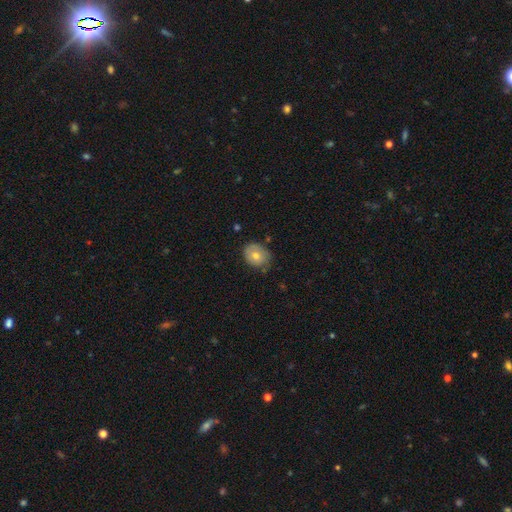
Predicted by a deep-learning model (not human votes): Overall: smooth (64%; featured or disk 27%). How rounded: round (58%; in between 41%). Merging: none (70%).